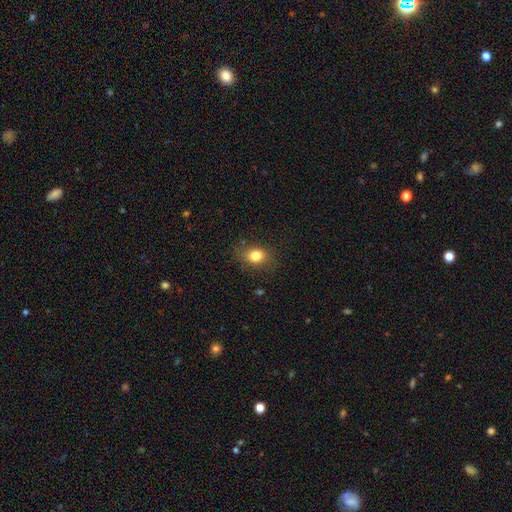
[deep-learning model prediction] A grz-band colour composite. It shows a smooth galaxy with no disk features (81%) that is in between round and cigar-shaped (55%). Merging: none (77%).